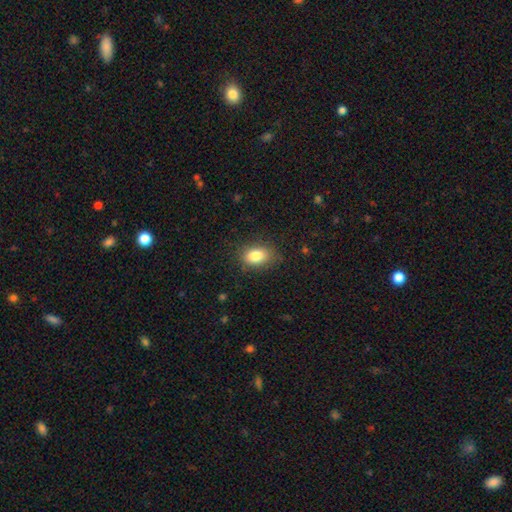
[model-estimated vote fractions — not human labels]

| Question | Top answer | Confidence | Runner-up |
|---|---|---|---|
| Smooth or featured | smooth | 84% | star or artifact (9%) |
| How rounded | in between | 81% | round (17%) |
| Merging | none | 82% | minor disturbance (14%) |